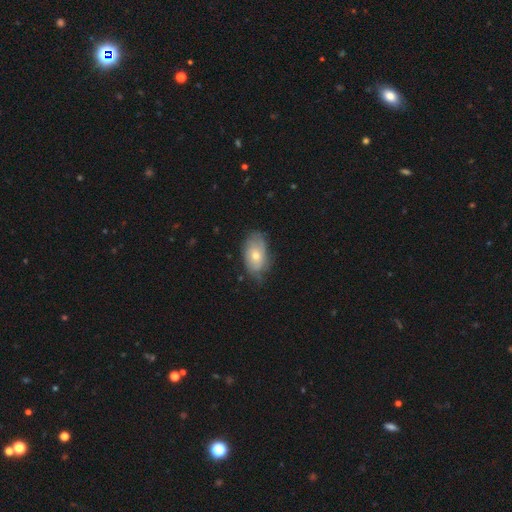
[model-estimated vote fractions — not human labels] Smooth or featured? Predicted: smooth (p=0.58). How rounded? Predicted: in between (p=0.90). Merging? Predicted: none (p=0.62).